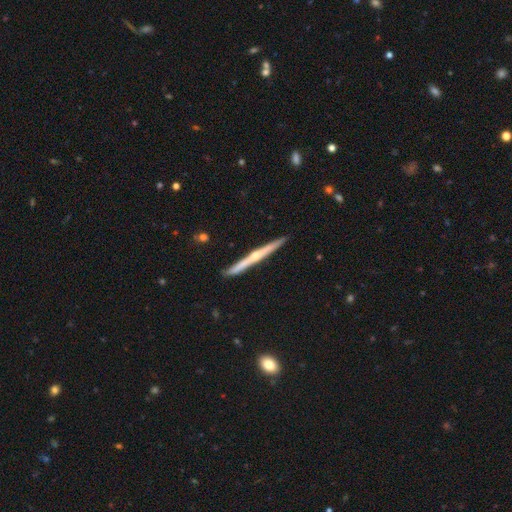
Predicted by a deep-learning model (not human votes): A featured or disk galaxy (70%) viewed edge-on (98%) with a rounded central bulge (71%). Merging: none (91%).